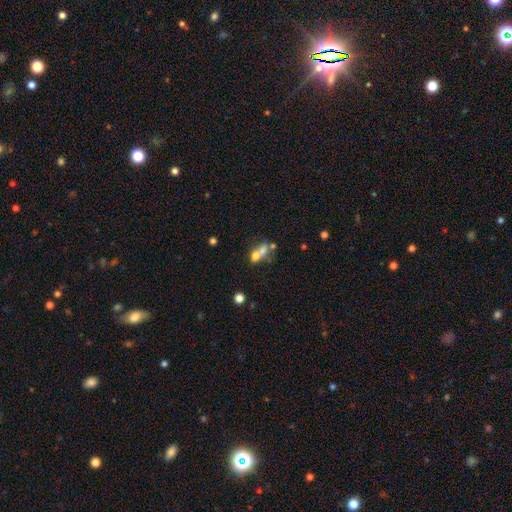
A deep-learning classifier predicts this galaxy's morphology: Smooth or featured? Predicted: smooth (p=0.61). How rounded? Predicted: round (p=0.51). Merging? Predicted: merger (p=0.65).